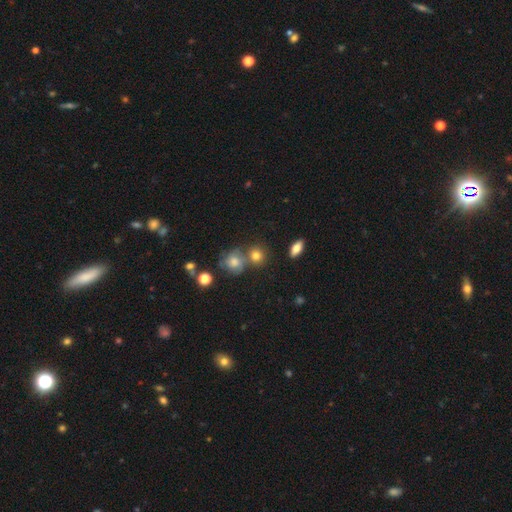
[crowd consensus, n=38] Morphology: type=smooth (79%); roundness=round (87%); merging=none (63%).